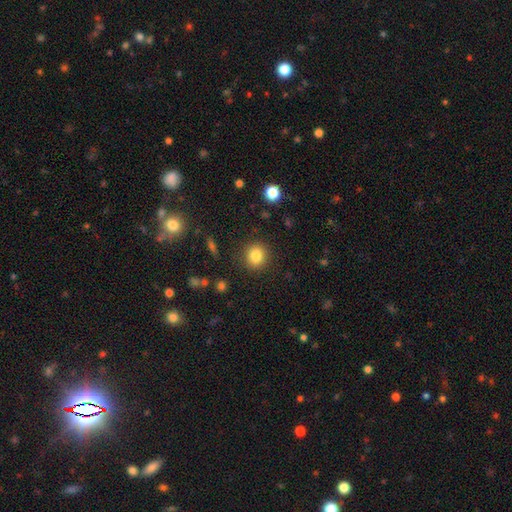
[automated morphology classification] smooth_or_featured: smooth (p=0.83) [alt: star or artifact p=0.11]
how_rounded: round (p=0.86) [alt: in between p=0.13]
merging: none (p=0.89) [alt: minor disturbance p=0.07]